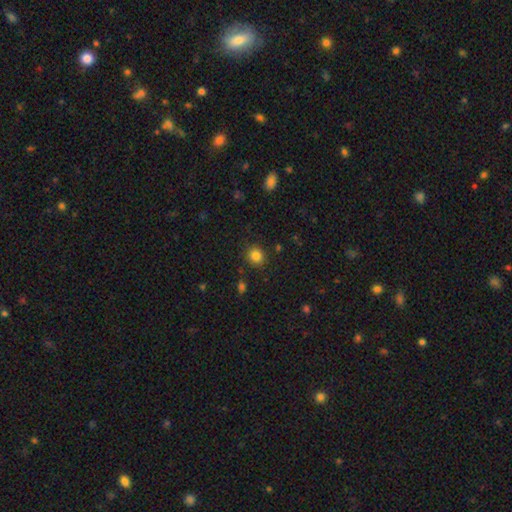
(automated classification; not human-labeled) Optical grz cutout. It shows a smooth galaxy with no disk features (83%) that is round (83%). Merging: none (88%).